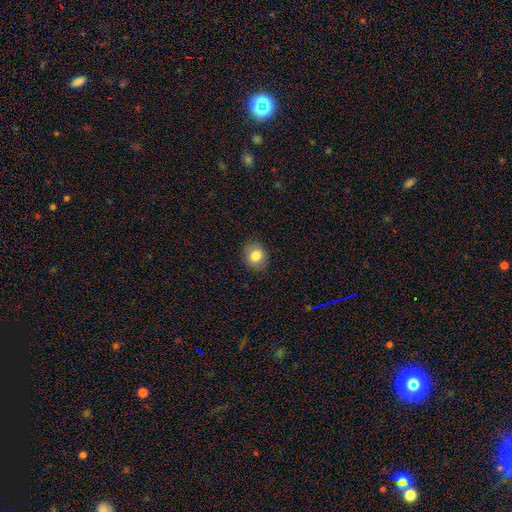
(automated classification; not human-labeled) smooth_or_featured: smooth (p=0.82) [alt: star or artifact p=0.10]
how_rounded: round (p=0.69) [alt: in between p=0.30]
merging: none (p=0.89) [alt: minor disturbance p=0.08]